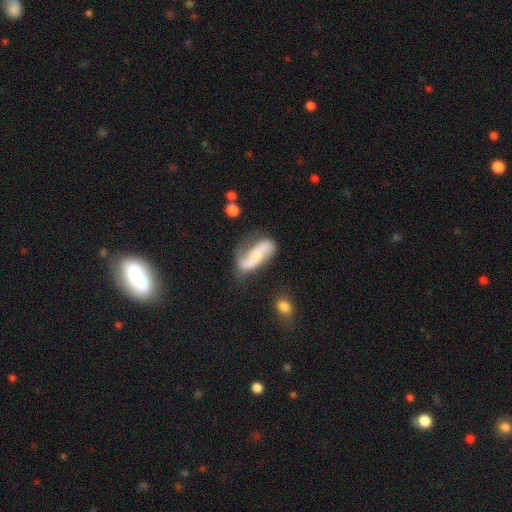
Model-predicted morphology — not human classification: Smooth or featured: featured or disk — 75% (smooth — 19%)
Edge-on disk: no — 91% (yes — 9%)
Bar: no — 43% (strong — 29%)
Spiral arms: yes — 91% (no — 9%)
Spiral winding: loose — 70% (medium — 21%)
Spiral arm count: 2 — 89% (can't tell — 4%)
Bulge size: small — 46% (moderate — 39%)
Merging: none — 59% (minor disturbance — 22%)